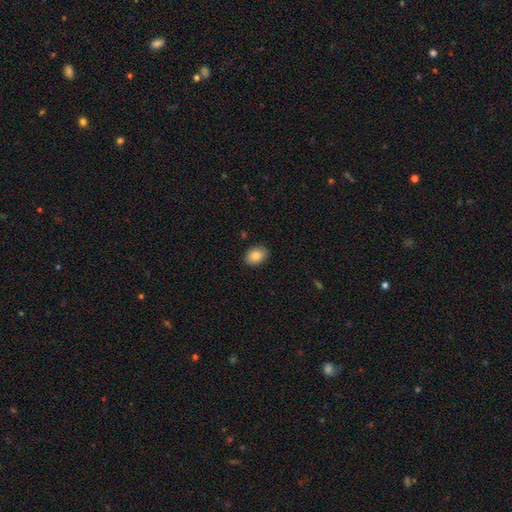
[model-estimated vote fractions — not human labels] Morphology: type=smooth (85%); roundness=in between (80%); merging=none (89%).